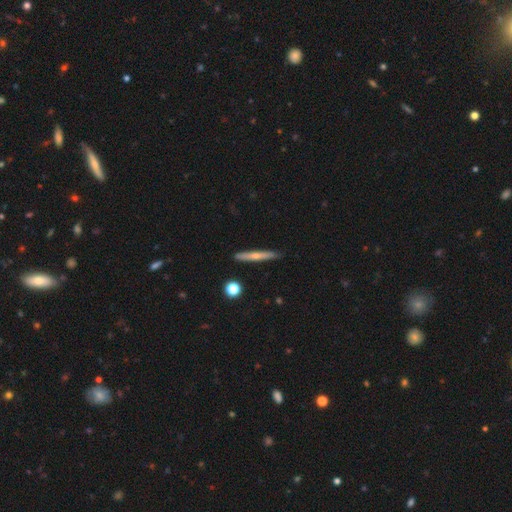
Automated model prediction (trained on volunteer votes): Overall: smooth (51%; featured or disk 42%). How rounded: cigar-shaped (94%). Merging: none (87%).